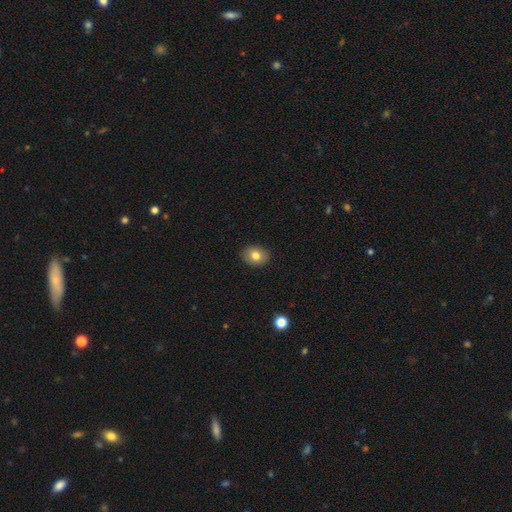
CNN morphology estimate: Q: Smooth or featured?
A: smooth (80%); runner-up: featured or disk (11%)
Q: How rounded?
A: in between (52%); runner-up: round (47%)
Q: Merging?
A: none (90%); runner-up: minor disturbance (8%)